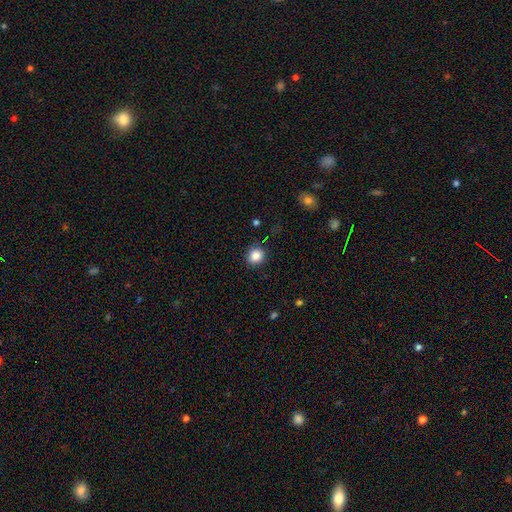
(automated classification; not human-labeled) This appears to be a smooth galaxy with no disk features (85%) that is round (88%). Merging: none (88%).